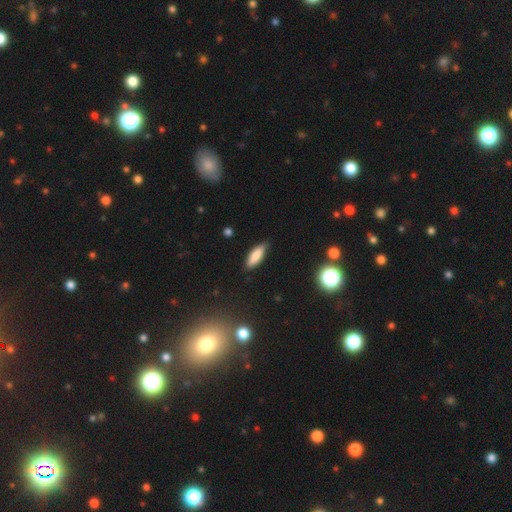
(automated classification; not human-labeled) Smooth or featured: smooth — 79% (featured or disk — 14%)
How rounded: in between — 58% (cigar-shaped — 40%)
Merging: none — 80% (minor disturbance — 16%)